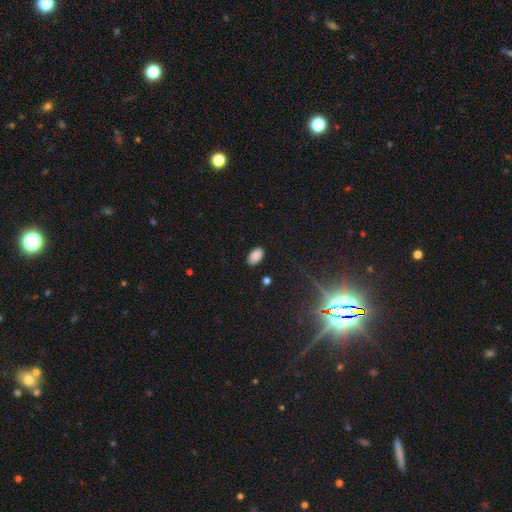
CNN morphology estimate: The model was most divided on "smooth or featured": smooth: 85%, star or artifact: 11%, featured or disk: 4%. More confident: how rounded — in between (94%); merging — none (86%).